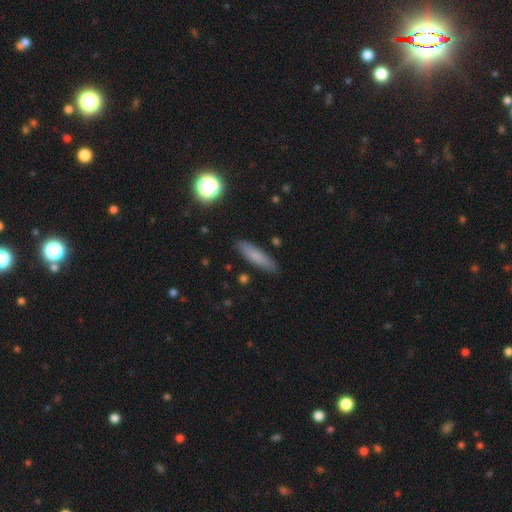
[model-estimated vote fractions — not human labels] Smooth or featured: smooth — 76% (featured or disk — 15%)
How rounded: cigar-shaped — 74% (in between — 24%)
Merging: none — 87% (minor disturbance — 9%)